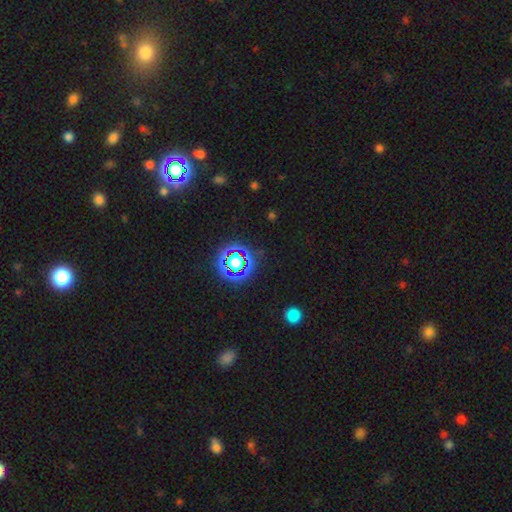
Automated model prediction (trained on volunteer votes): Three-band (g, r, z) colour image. It shows a star or artifact, not a galaxy (76%).